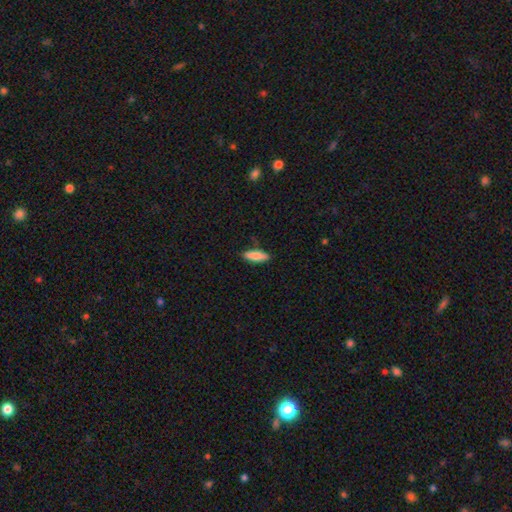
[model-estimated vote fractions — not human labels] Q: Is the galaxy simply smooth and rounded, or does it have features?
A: smooth — 85%.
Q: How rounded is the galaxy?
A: cigar-shaped — 52%.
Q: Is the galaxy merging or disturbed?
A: none — 85%.